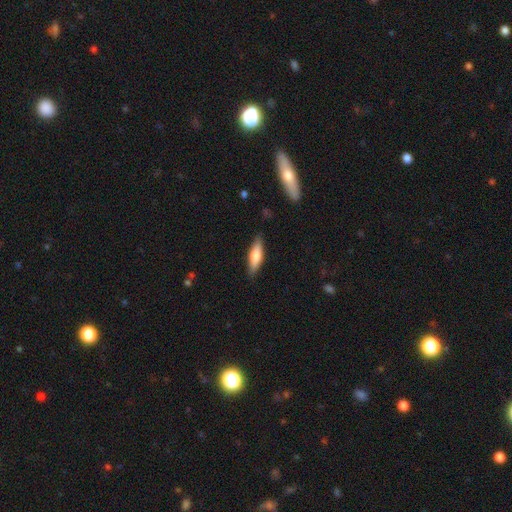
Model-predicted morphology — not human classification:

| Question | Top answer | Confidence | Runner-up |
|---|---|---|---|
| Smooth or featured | smooth | 60% | featured or disk (34%) |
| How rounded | cigar-shaped | 56% | in between (42%) |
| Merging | none | 86% | minor disturbance (11%) |